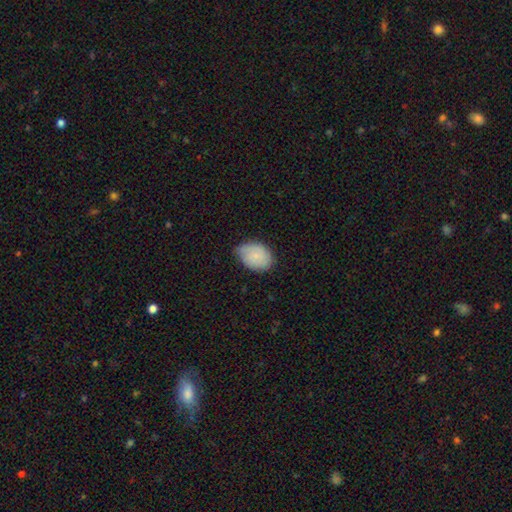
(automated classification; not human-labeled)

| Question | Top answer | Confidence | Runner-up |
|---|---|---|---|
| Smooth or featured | smooth | 70% | featured or disk (23%) |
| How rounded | in between | 76% | round (23%) |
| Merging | none | 61% | minor disturbance (33%) |